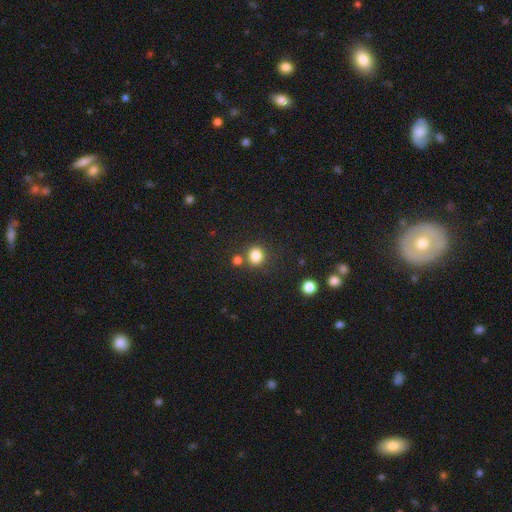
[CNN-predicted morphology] This is clearly a smooth galaxy (83%). How rounded: likely round (77%). Merging: likely none (74%).